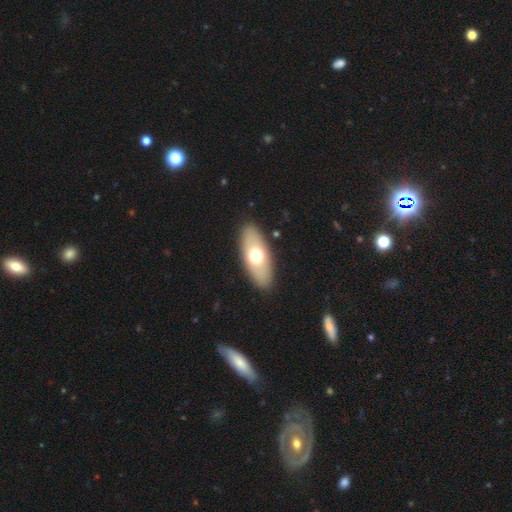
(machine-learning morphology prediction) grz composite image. It shows a smooth galaxy with no disk features (63%) that is in between round and cigar-shaped (82%). Merging: none (89%).